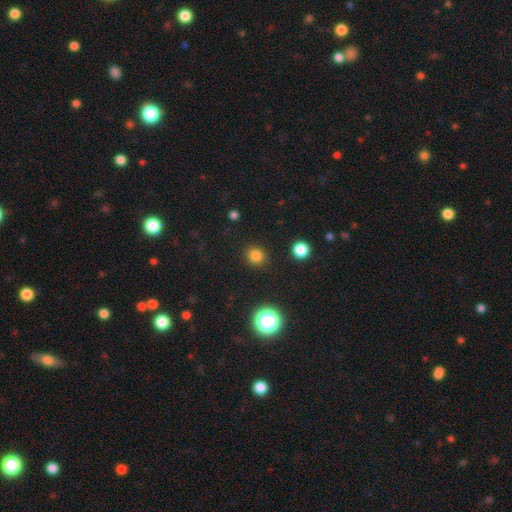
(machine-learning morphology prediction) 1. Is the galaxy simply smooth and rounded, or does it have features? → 80% smooth, 15% star or artifact, 4% featured or disk.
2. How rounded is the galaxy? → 88% round, 11% in between, 1% cigar-shaped.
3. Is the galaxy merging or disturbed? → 90% none, 6% minor disturbance, 2% major disturbance, 1% merger.